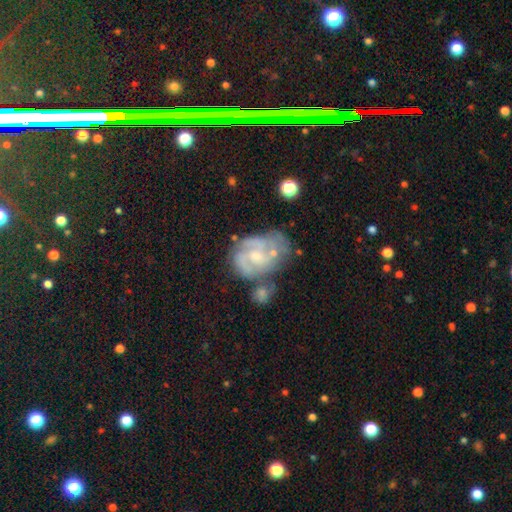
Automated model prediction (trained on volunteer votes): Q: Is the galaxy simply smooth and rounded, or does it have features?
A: featured or disk — 76%.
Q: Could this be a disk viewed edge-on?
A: no — 97%.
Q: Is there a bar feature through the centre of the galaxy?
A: no — 51%.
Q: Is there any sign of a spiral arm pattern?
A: yes — 85%.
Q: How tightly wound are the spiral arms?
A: medium — 46%.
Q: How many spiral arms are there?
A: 2 — 46%.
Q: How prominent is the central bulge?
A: small — 51%.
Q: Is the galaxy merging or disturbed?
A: none — 39%.